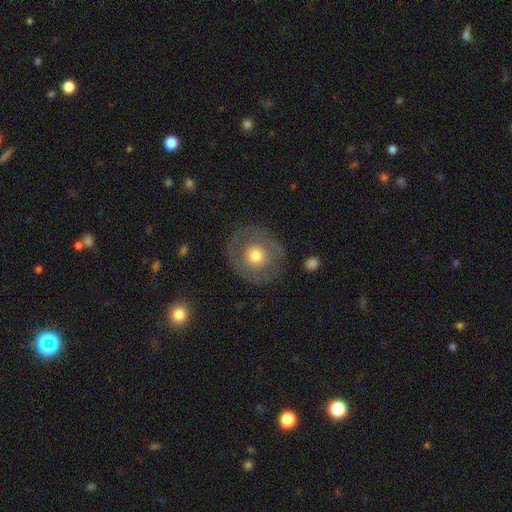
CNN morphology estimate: This appears to be a smooth galaxy with no disk features (52%) that is round (88%). Merging: none (80%).